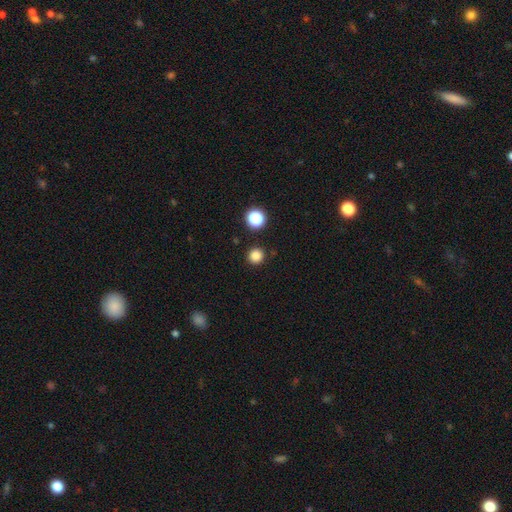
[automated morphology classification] type=smooth (84%); roundness=round (95%); merging=none (91%).